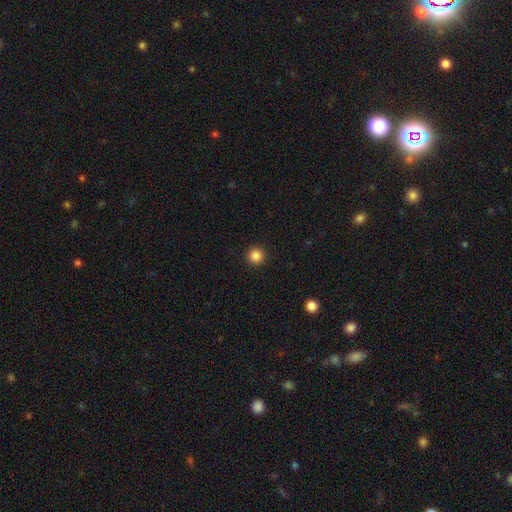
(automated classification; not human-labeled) Q: Smooth or featured?
A: smooth (85%); runner-up: star or artifact (11%)
Q: How rounded?
A: round (96%); runner-up: in between (3%)
Q: Merging?
A: none (93%); runner-up: minor disturbance (4%)